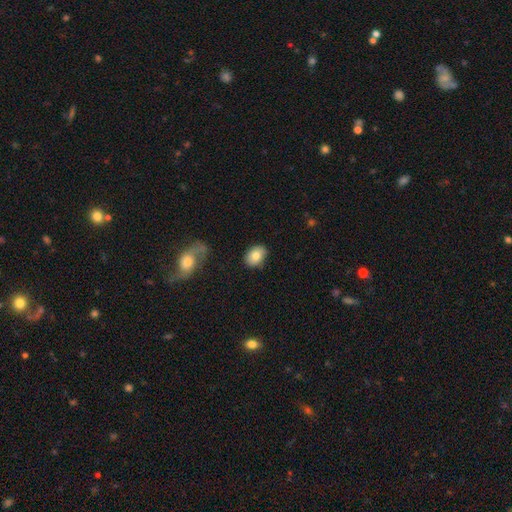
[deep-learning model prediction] smooth_or_featured: smooth (p=0.80) [alt: featured or disk p=0.13]
how_rounded: in between (p=0.73) [alt: round p=0.26]
merging: none (p=0.80) [alt: minor disturbance p=0.14]